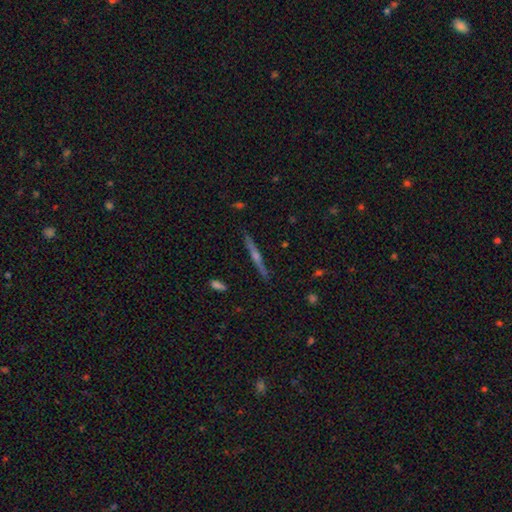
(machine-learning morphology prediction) The model was most divided on "smooth or featured": featured or disk: 77%, smooth: 16%, star or artifact: 8%. More confident: edge-on disk — yes (98%); merging — none (90%); edge-on bulge — rounded (84%).